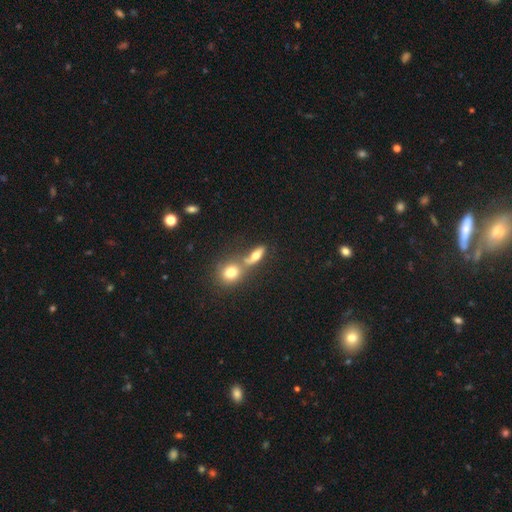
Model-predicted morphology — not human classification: The model was most divided on "merging": none: 47%, merger: 36%, minor disturbance: 11%, major disturbance: 6%. More confident: smooth or featured — smooth (65%); how rounded — in between (58%).